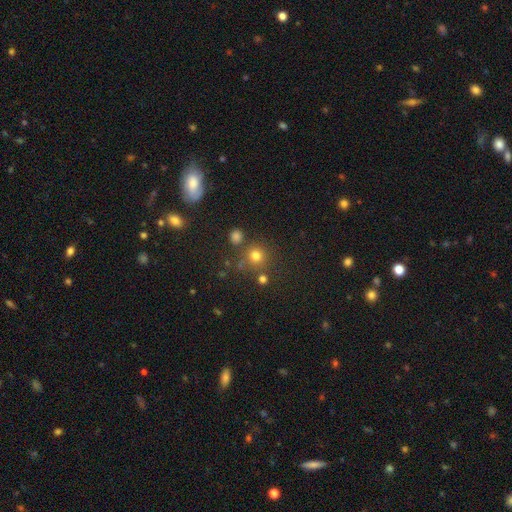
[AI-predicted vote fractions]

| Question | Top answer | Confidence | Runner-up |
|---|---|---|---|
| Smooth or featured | smooth | 75% | star or artifact (18%) |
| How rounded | round | 92% | in between (7%) |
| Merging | none | 76% | merger (11%) |